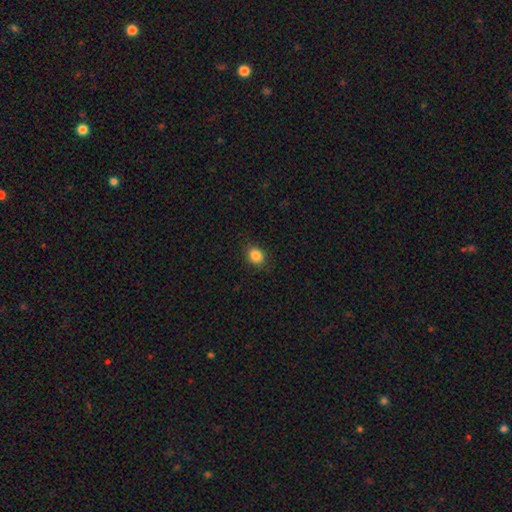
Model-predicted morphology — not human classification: A smooth galaxy with no disk features (85%) that is round (56%).

Vote fractions:
- Smooth or featured? smooth: 85% / star or artifact: 10% / featured or disk: 4%
- How rounded? round: 56% / in between: 43% / cigar-shaped: 1%
- Merging? none: 87% / minor disturbance: 9% / major disturbance: 2% / merger: 1%